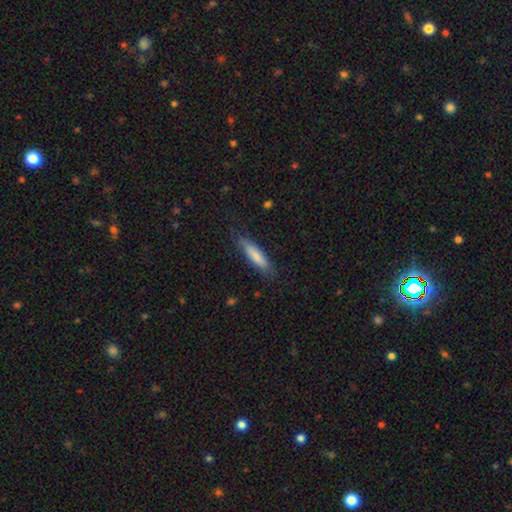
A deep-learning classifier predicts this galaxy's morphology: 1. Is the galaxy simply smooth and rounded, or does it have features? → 79% smooth, 15% featured or disk, 5% star or artifact.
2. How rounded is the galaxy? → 72% cigar-shaped, 26% in between, 1% round.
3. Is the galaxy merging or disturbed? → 79% none, 16% minor disturbance, 4% major disturbance, 1% merger.